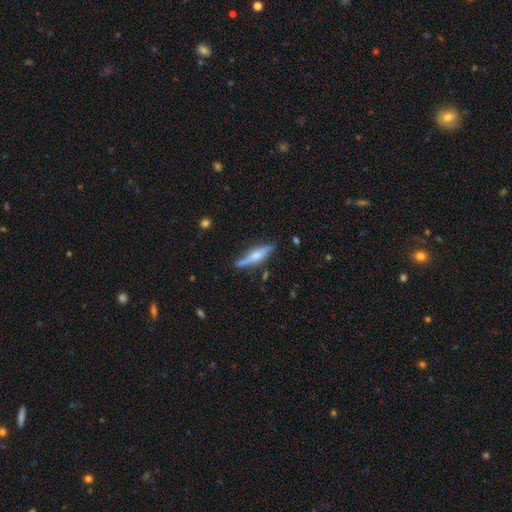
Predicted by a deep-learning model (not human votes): This appears to be a featured or disk galaxy (55%) viewed edge-on (94%) with a rounded central bulge (78%). Merging: none (75%).